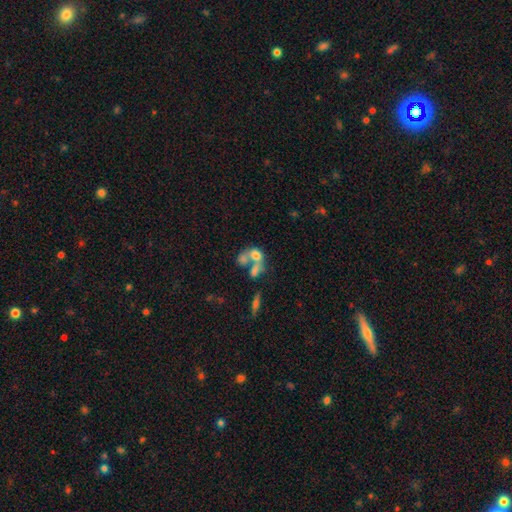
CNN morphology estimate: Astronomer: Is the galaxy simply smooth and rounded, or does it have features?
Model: smooth — 57%.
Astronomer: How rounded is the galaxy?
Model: in between — 62%.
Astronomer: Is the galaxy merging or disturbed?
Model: merger — 62%.